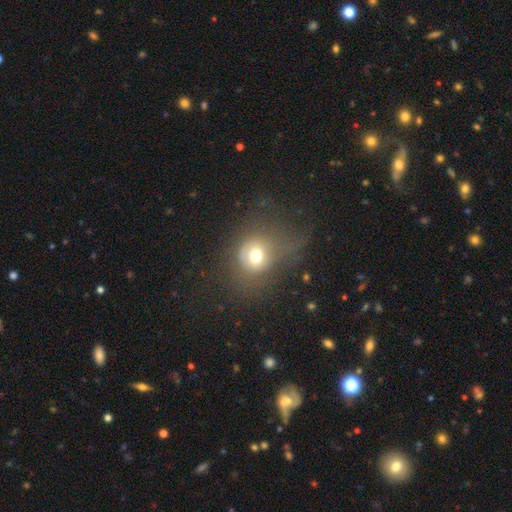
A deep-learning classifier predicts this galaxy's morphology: A smooth galaxy with no disk features (66%) that is round (68%).

Vote fractions:
- Smooth or featured? smooth: 66% / featured or disk: 20% / star or artifact: 14%
- How rounded? round: 68% / in between: 31% / cigar-shaped: 1%
- Merging? none: 38% / major disturbance: 37% / minor disturbance: 21% / merger: 3%